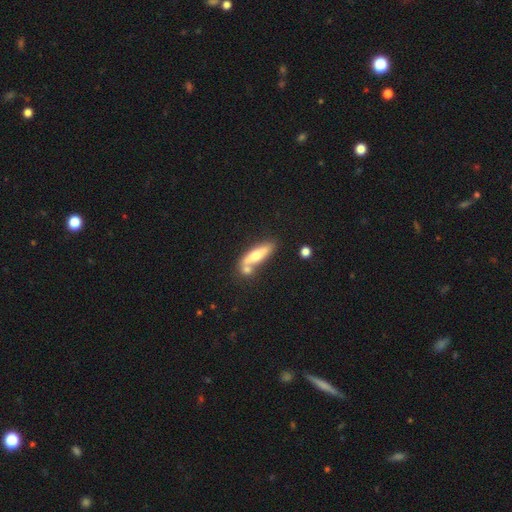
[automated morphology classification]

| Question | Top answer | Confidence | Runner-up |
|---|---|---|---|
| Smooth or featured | smooth | 55% | featured or disk (38%) |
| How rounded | cigar-shaped | 70% | in between (28%) |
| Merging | none | 54% | merger (26%) |